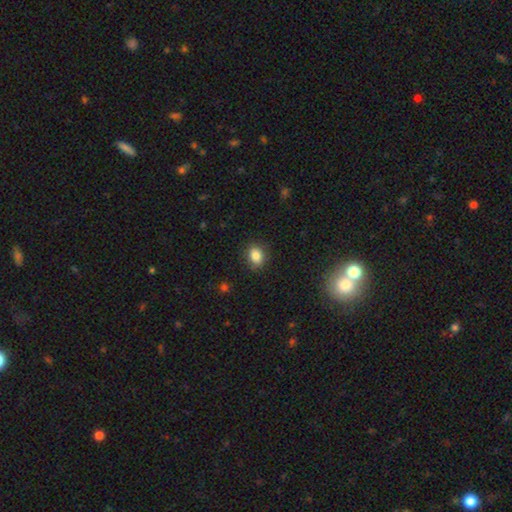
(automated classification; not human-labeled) Morphology: type=smooth (85%); roundness=in between (63%); merging=none (86%).